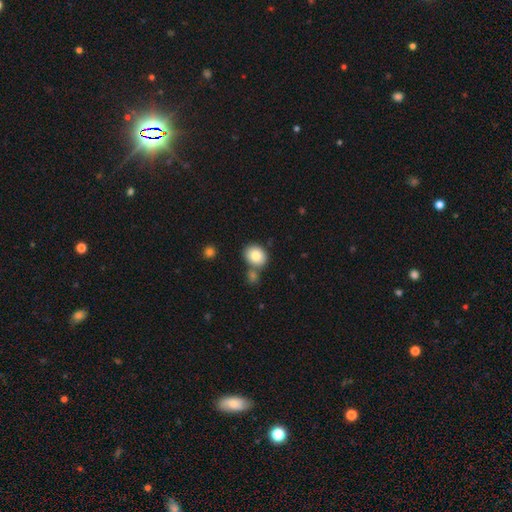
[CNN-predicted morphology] smooth-or-featured: smooth: 82% | featured or disk: 10% | star or artifact: 9%
  how-rounded: round: 56% | in between: 43% | cigar-shaped: 1%
  merging: none: 65% | merger: 20% | minor disturbance: 11% | major disturbance: 3%